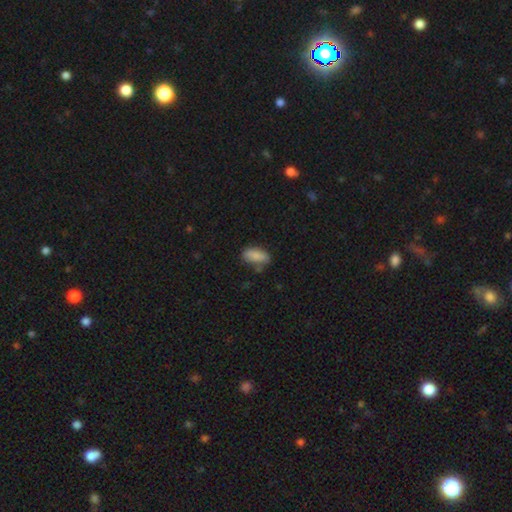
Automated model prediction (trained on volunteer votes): smooth_or_featured: smooth (p=0.87) [alt: star or artifact p=0.07]
how_rounded: in between (p=0.88) [alt: cigar-shaped p=0.10]
merging: none (p=0.69) [alt: minor disturbance p=0.21]